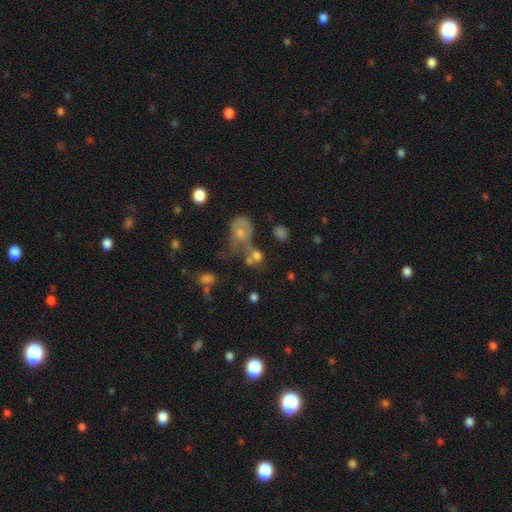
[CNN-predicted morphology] Smooth or featured?
  - smooth: 64% *
  - featured or disk: 18%
  - star or artifact: 18%
How rounded?
  - round: 62% *
  - in between: 35%
  - cigar-shaped: 2%
Merging?
  - merger: 47% *
  - none: 29%
  - major disturbance: 14%
  - minor disturbance: 11%